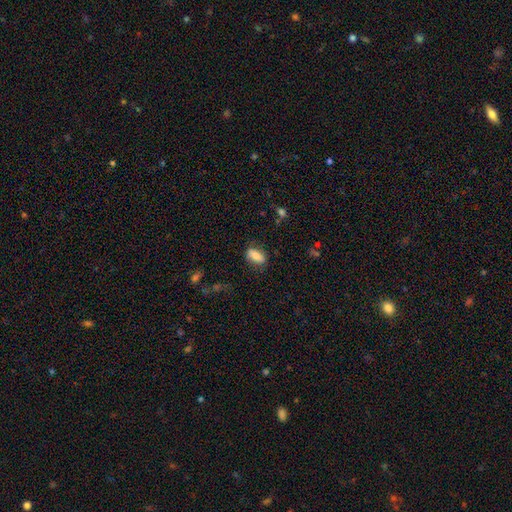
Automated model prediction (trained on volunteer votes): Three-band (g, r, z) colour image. It shows a smooth galaxy with no disk features (79%) that is in between round and cigar-shaped (87%). Merging: none (77%).